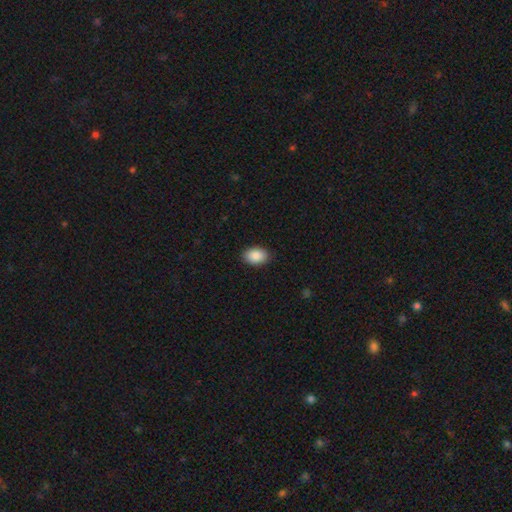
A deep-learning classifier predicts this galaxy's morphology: Smooth or featured? Predicted: smooth (p=0.90). How rounded? Predicted: in between (p=0.87). Merging? Predicted: none (p=0.89).